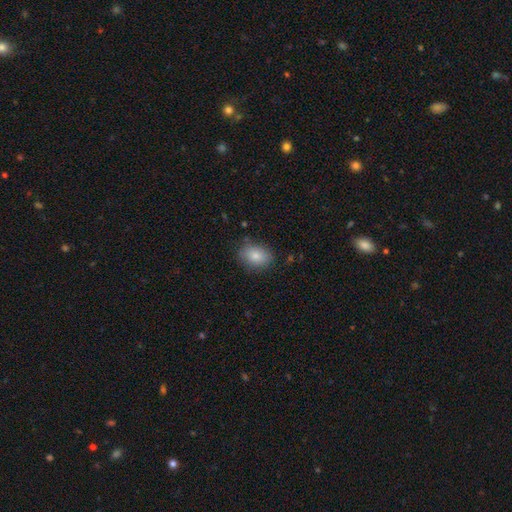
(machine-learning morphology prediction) This appears to be a smooth galaxy with no disk features (84%) that is in between round and cigar-shaped (74%). Merging: none (80%).